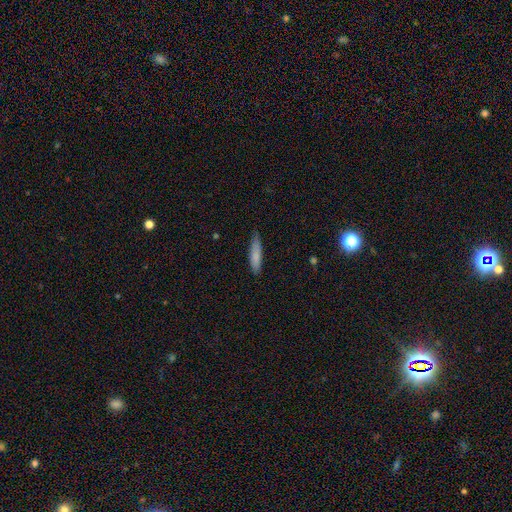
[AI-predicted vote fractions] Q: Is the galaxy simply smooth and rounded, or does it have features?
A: smooth — 81%.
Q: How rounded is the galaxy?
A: cigar-shaped — 76%.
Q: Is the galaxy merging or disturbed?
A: none — 77%.